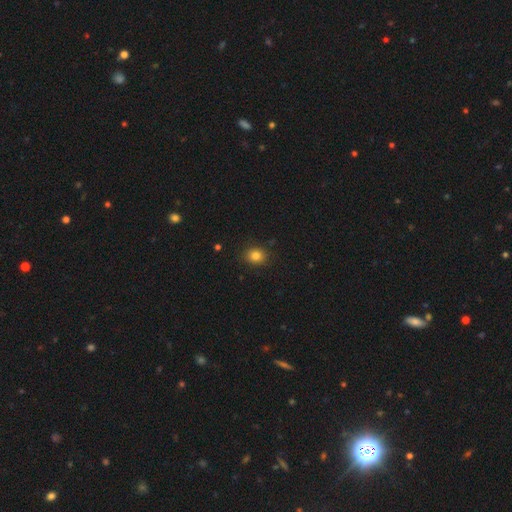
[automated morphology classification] smooth_or_featured: smooth (p=0.83) [alt: star or artifact p=0.12]
how_rounded: round (p=0.64) [alt: in between p=0.35]
merging: none (p=0.86) [alt: minor disturbance p=0.10]